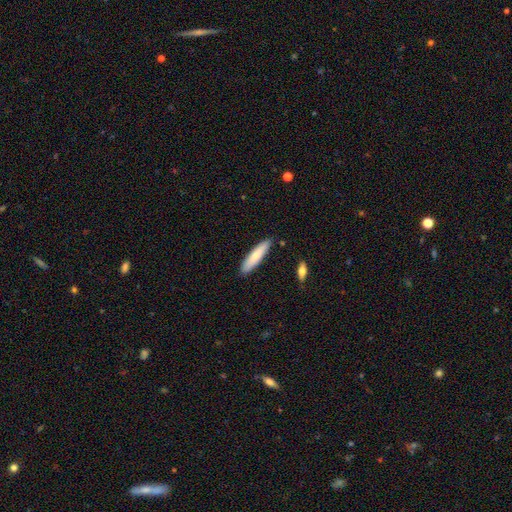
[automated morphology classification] Smooth or featured? smooth (79%)
How rounded? cigar-shaped (79%)
Merging? none (87%)